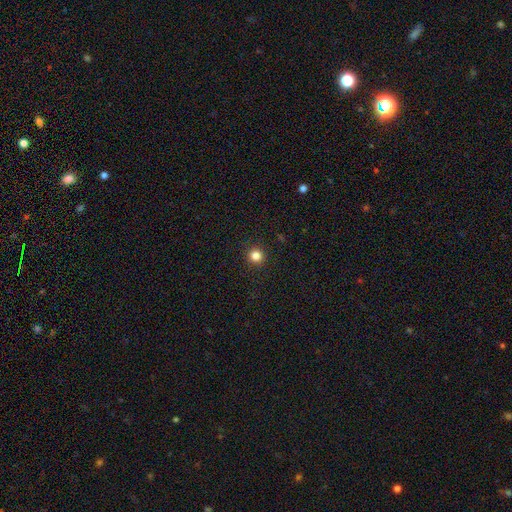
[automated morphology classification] smooth-or-featured: smooth: 83% | star or artifact: 13% | featured or disk: 4%
  how-rounded: round: 95% | in between: 4% | cigar-shaped: 1%
  merging: none: 93% | minor disturbance: 5% | major disturbance: 2% | merger: 1%